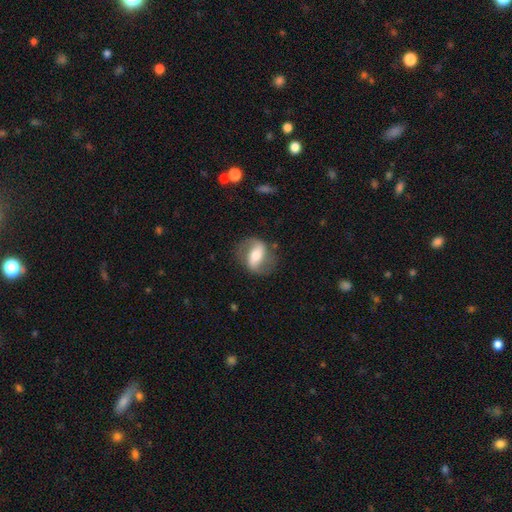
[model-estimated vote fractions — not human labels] A featured or disk galaxy (70%) with a strong bar (48%), 2 (89%) loose (45%) spiral arms (82%) and a moderate central bulge (64%). Merging: none (76%).